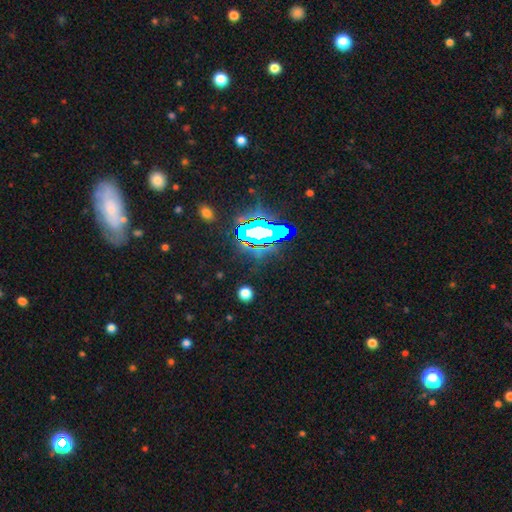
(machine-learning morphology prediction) Smooth or featured?
  - star or artifact: 77% *
  - smooth: 12%
  - featured or disk: 11%